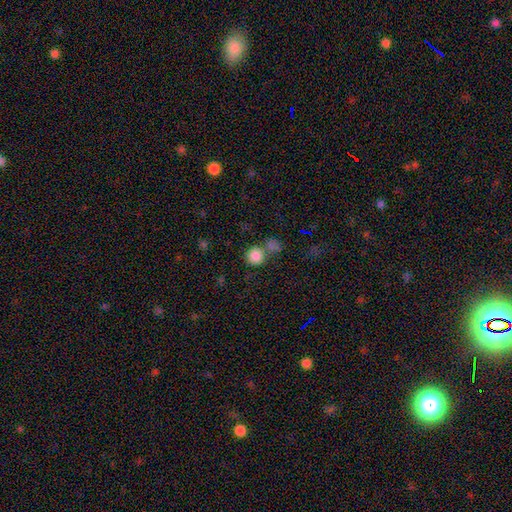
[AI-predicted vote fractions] smooth_or_featured: smooth (p=0.84) [alt: star or artifact p=0.10]
how_rounded: round (p=0.89) [alt: in between p=0.10]
merging: none (p=0.56) [alt: merger p=0.30]